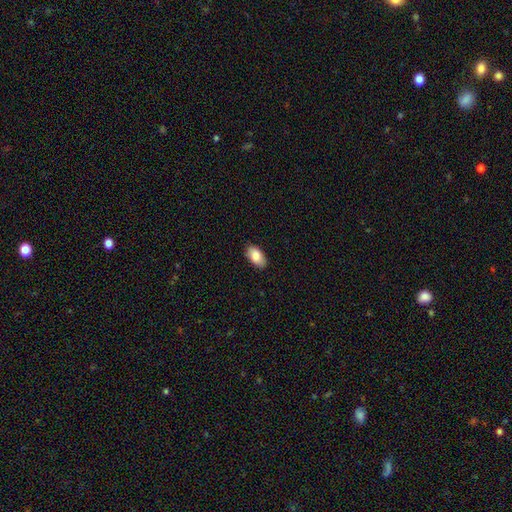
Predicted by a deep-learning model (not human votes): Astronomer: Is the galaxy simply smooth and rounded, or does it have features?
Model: smooth — 85%.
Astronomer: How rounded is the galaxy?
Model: in between — 95%.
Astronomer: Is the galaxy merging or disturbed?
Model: none — 87%.